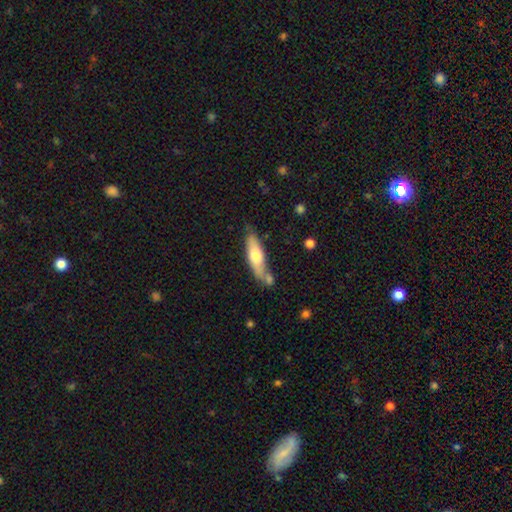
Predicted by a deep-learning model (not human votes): A smooth galaxy with no disk features (60%) that is cigar-shaped (57%).

Vote fractions:
- Smooth or featured? smooth: 60% / featured or disk: 35% / star or artifact: 5%
- How rounded? cigar-shaped: 57% / in between: 41% / round: 2%
- Merging? none: 58% / minor disturbance: 20% / merger: 17% / major disturbance: 5%